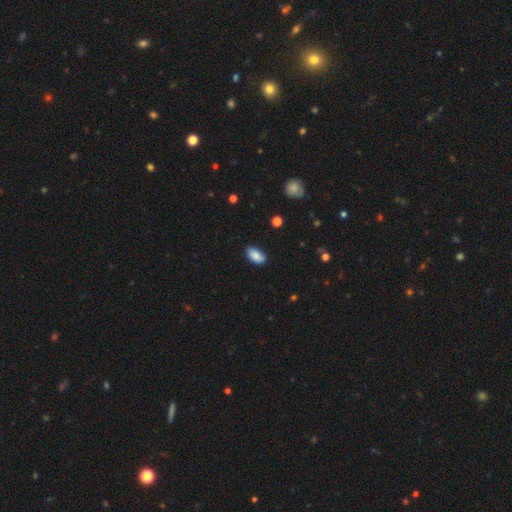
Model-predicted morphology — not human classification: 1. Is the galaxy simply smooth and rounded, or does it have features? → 87% smooth, 7% star or artifact, 6% featured or disk.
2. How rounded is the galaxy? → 93% in between, 4% round, 3% cigar-shaped.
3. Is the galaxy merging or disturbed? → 84% none, 13% minor disturbance, 2% major disturbance, 1% merger.